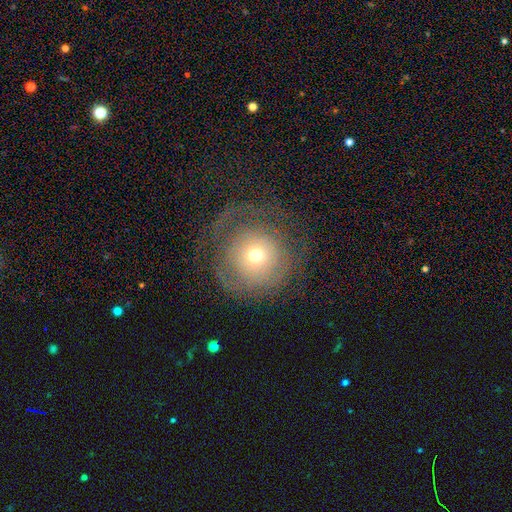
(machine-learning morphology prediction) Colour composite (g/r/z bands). It shows a smooth galaxy with no disk features (51%) that is round (93%). Merging: none (58%).